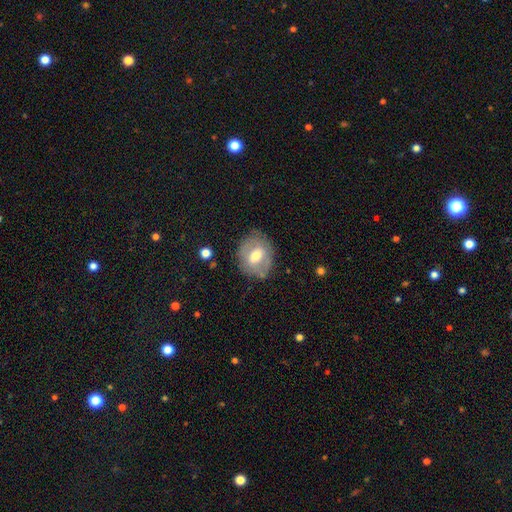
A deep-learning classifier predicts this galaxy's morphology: Smooth or featured? Predicted: smooth (p=0.47). Merging? Predicted: none (p=0.73).